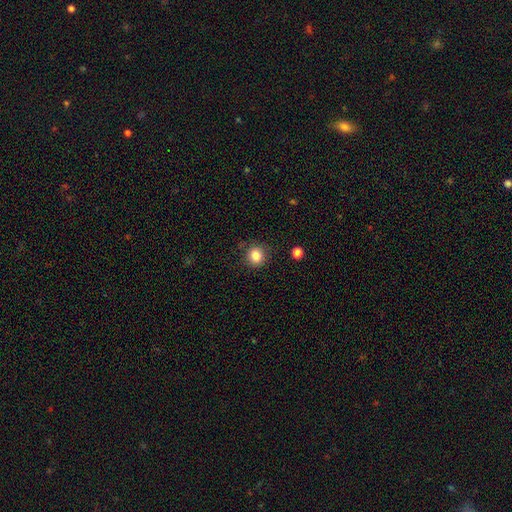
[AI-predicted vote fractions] A smooth galaxy with no disk features (83%) that is round (91%). Merging: none (88%).